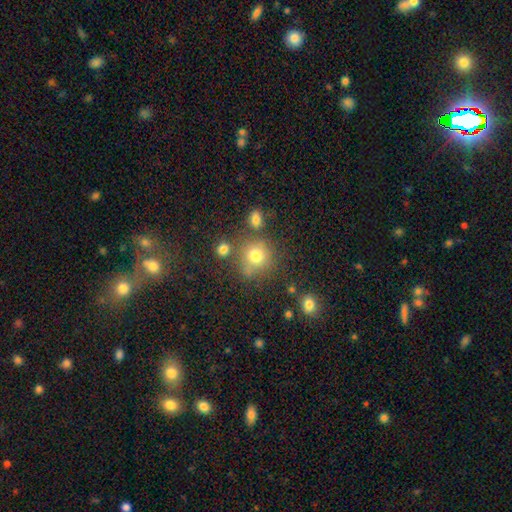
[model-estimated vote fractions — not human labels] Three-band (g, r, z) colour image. It shows a smooth galaxy with no disk features (74%) that is round (87%). Merging: none (68%).